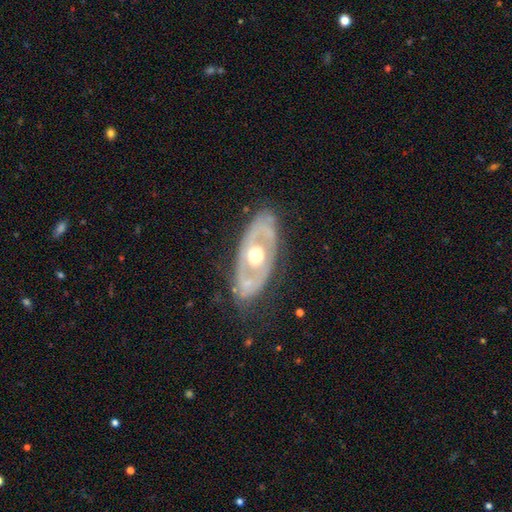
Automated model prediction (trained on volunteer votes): Q: Smooth or featured?
A: featured or disk (73%); runner-up: smooth (22%)
Q: Edge-on disk?
A: no (87%); runner-up: yes (13%)
Q: Bar?
A: no (84%); runner-up: weak (12%)
Q: Spiral arms?
A: no (63%); runner-up: yes (37%)
Q: Bulge size?
A: moderate (72%); runner-up: large (18%)
Q: Merging?
A: none (72%); runner-up: minor disturbance (18%)